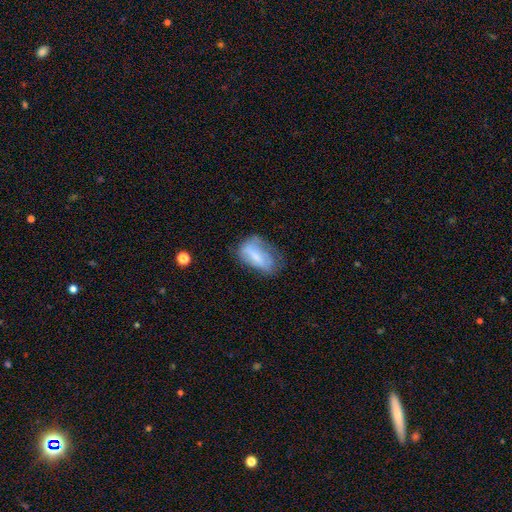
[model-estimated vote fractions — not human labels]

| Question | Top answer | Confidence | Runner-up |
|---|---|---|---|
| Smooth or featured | smooth | 60% | featured or disk (32%) |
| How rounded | in between | 89% | round (6%) |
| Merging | none | 42% | minor disturbance (34%) |